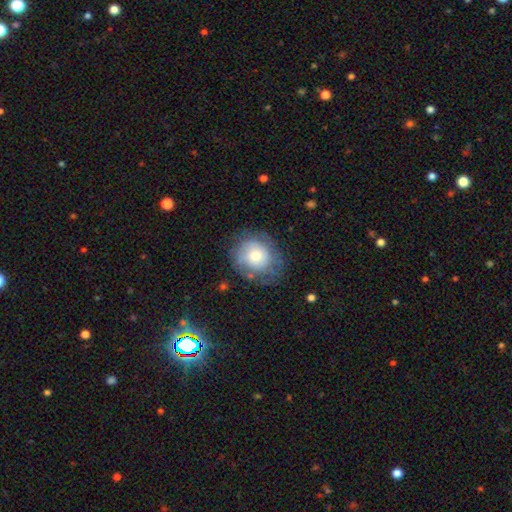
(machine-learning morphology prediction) A smooth galaxy with no disk features (49%). Merging: none (68%).